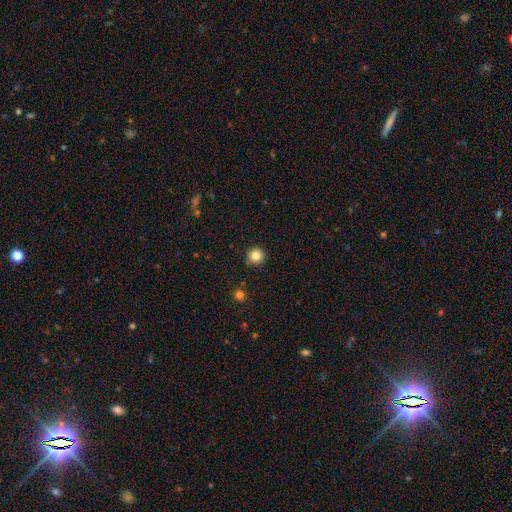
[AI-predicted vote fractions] Smooth or featured? smooth (83%)
How rounded? round (95%)
Merging? none (91%)